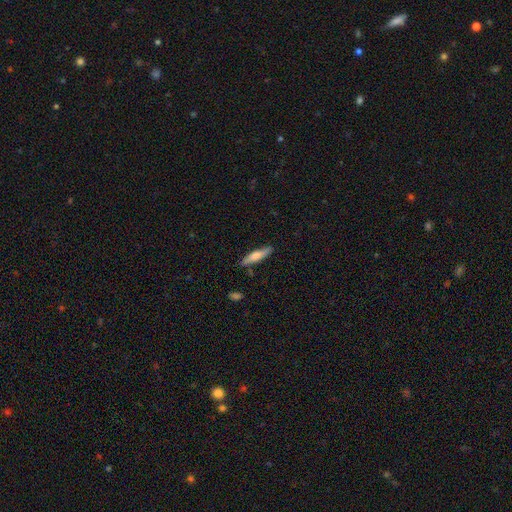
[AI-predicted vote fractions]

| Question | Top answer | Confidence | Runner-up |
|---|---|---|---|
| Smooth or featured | smooth | 66% | featured or disk (28%) |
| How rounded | cigar-shaped | 79% | in between (19%) |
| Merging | none | 84% | minor disturbance (12%) |